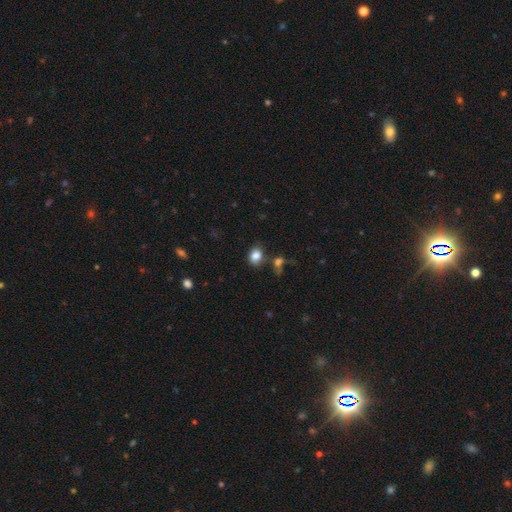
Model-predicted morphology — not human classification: This appears to be a smooth galaxy with no disk features (85%) that is in between round and cigar-shaped (54%). Merging: none (71%).